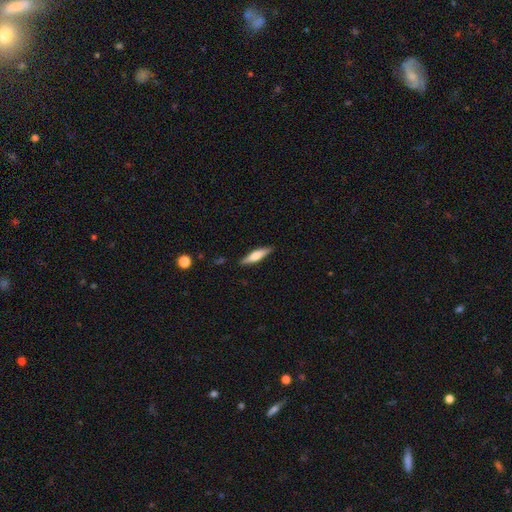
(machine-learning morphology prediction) This is possibly a smooth galaxy (51%). How rounded: likely cigar-shaped (76%). Merging: clearly none (88%).